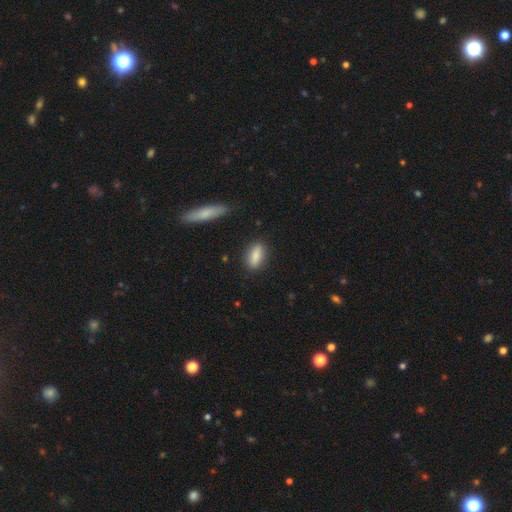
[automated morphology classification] Smooth or featured: smooth — 83% (featured or disk — 10%)
How rounded: in between — 75% (cigar-shaped — 21%)
Merging: none — 85% (minor disturbance — 11%)